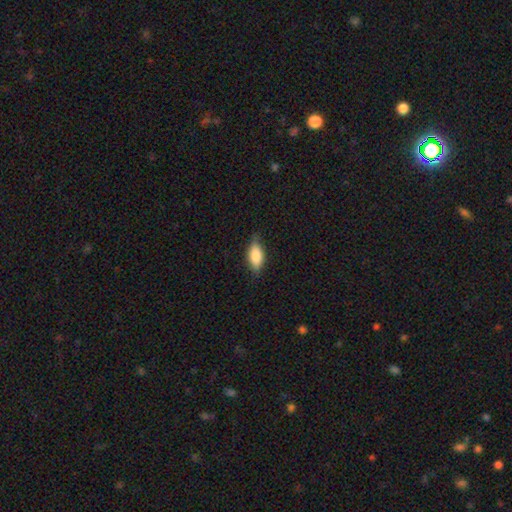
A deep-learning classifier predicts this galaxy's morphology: Overall: smooth (76%). How rounded: in between (81%). Merging: none (76%).